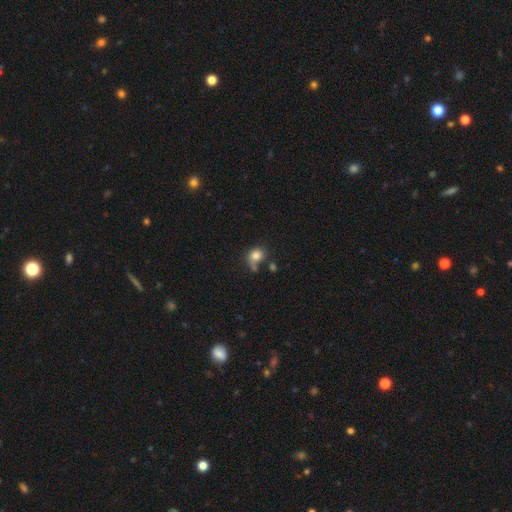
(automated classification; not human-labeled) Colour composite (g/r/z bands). It shows a smooth galaxy with no disk features (80%) that is round (72%). Merging: none (46%).